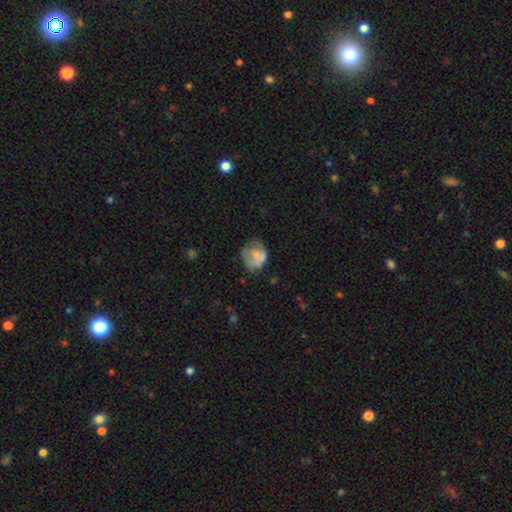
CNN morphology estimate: smooth-or-featured: smooth: 61% | featured or disk: 30% | star or artifact: 10%
  how-rounded: round: 65% | in between: 34% | cigar-shaped: 1%
  merging: none: 44% | minor disturbance: 29% | major disturbance: 21% | merger: 6%